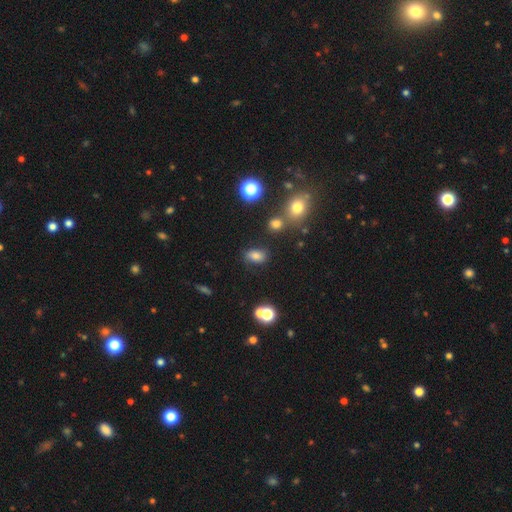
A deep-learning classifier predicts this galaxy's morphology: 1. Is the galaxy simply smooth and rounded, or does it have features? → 75% smooth, 16% star or artifact, 9% featured or disk.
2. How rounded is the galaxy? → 82% in between, 16% round, 2% cigar-shaped.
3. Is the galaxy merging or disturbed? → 79% none, 12% minor disturbance, 5% merger, 4% major disturbance.